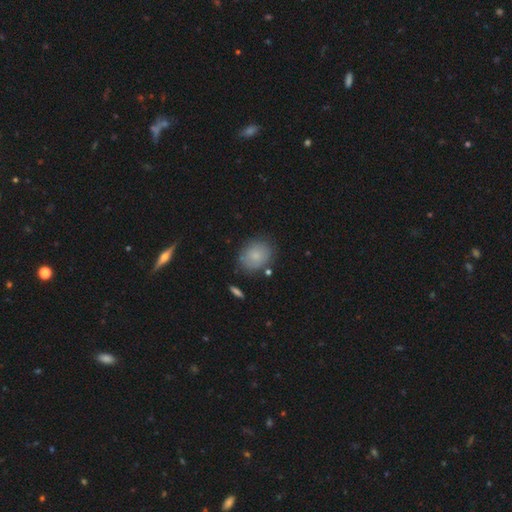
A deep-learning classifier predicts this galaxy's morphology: A smooth galaxy with no disk features (81%) that is round (53%).

Vote fractions:
- Smooth or featured? smooth: 81% / featured or disk: 10% / star or artifact: 9%
- How rounded? round: 53% / in between: 46% / cigar-shaped: 1%
- Merging? none: 80% / minor disturbance: 13% / major disturbance: 4% / merger: 3%